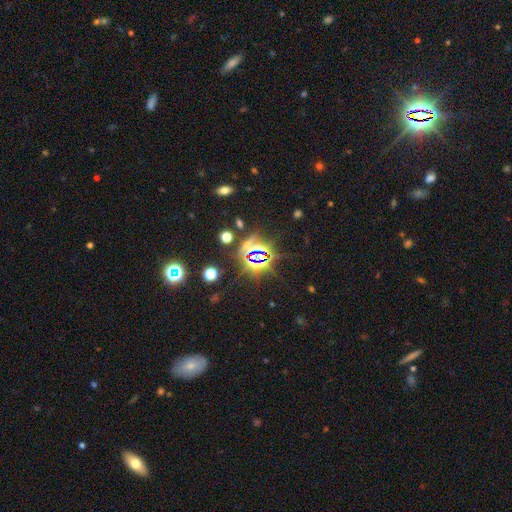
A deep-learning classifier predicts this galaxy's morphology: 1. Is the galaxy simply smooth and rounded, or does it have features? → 79% star or artifact, 12% smooth, 9% featured or disk.